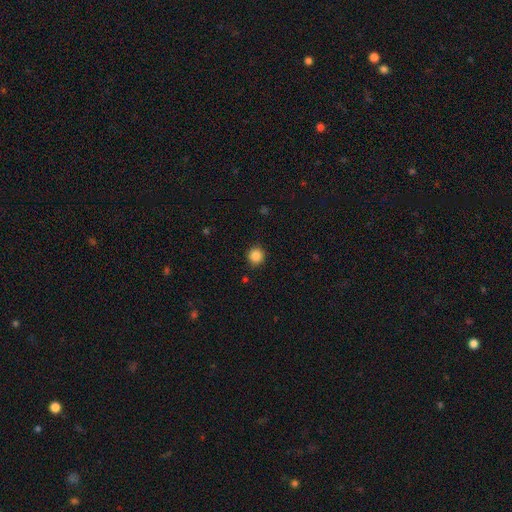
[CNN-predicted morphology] Smooth or featured?
  - smooth: 87% *
  - star or artifact: 10%
  - featured or disk: 3%
How rounded?
  - round: 94% *
  - in between: 5%
  - cigar-shaped: 1%
Merging?
  - none: 91% *
  - minor disturbance: 6%
  - major disturbance: 2%
  - merger: 1%